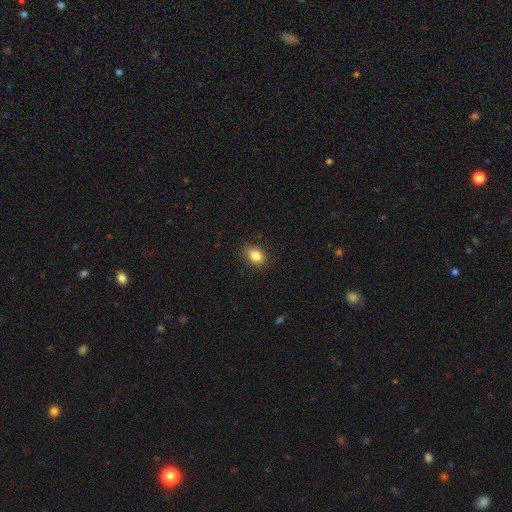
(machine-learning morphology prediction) Smooth or featured?
  - smooth: 85% *
  - star or artifact: 9%
  - featured or disk: 6%
How rounded?
  - in between: 75% *
  - round: 23%
  - cigar-shaped: 1%
Merging?
  - none: 86% *
  - minor disturbance: 11%
  - major disturbance: 2%
  - merger: 1%